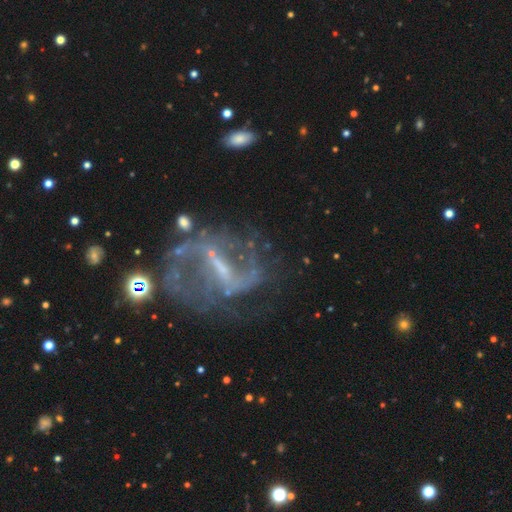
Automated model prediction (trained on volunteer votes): The model was most divided on "spiral winding": loose: 46%, medium: 39%, tight: 15%. More confident: edge-on disk — no (95%); smooth or featured — featured or disk (82%); spiral arms — yes (82%); spiral arm count — 2 (71%); merging — none (57%); bar — strong (55%); bulge size — small (51%).